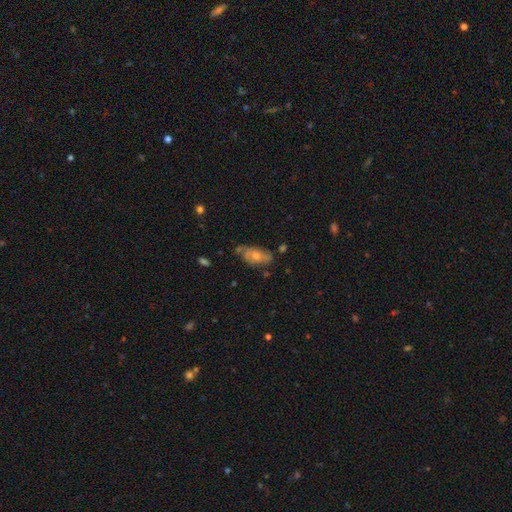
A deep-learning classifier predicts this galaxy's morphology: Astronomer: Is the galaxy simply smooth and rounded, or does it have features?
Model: smooth — 48% (runner-up: featured or disk, 45%).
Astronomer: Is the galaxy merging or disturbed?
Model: none — 54% (runner-up: minor disturbance, 30%).